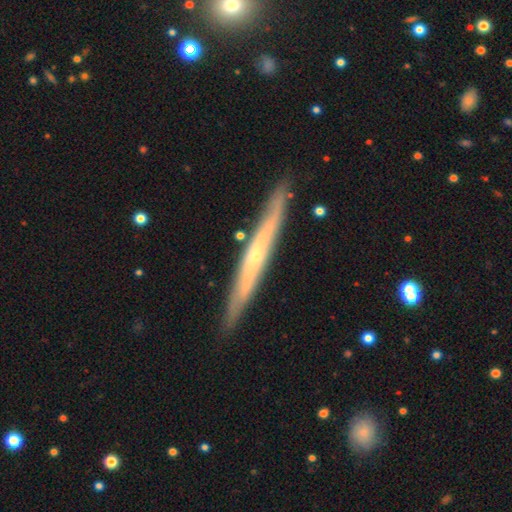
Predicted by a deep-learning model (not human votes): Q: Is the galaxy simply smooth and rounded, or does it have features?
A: featured or disk — 68%.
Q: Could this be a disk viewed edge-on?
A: yes — 93%.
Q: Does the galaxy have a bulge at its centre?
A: none — 49%.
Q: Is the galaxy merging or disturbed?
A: none — 88%.